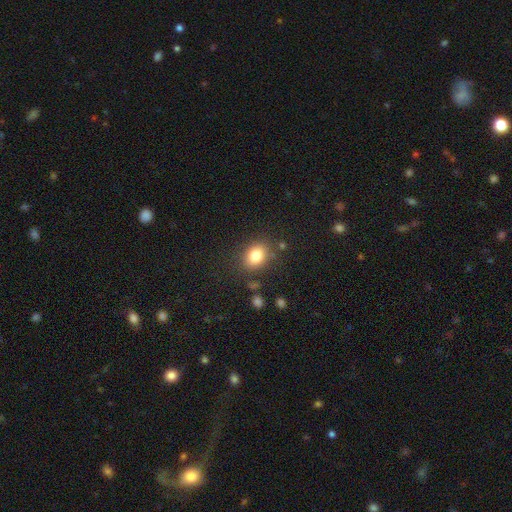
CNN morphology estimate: smooth 82%, star or artifact 11%, featured or disk 8%. Down the decision tree: how rounded — in between (57%); merging — none (80%).